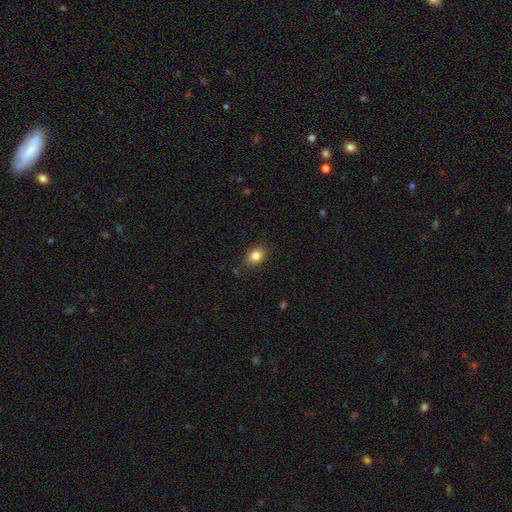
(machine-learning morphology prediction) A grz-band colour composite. It shows a smooth galaxy with no disk features (85%) that is in between round and cigar-shaped (64%). Merging: none (86%).